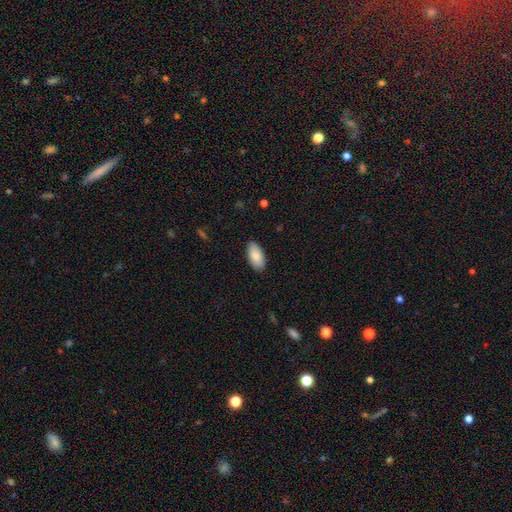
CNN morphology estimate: A smooth galaxy with no disk features (85%) that is in between round and cigar-shaped (94%). Merging: none (89%).